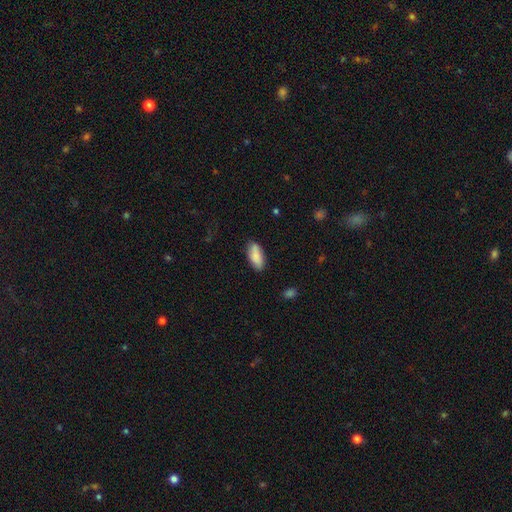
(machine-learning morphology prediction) smooth 85%, featured or disk 9%, star or artifact 6%. Down the decision tree: how rounded — in between (85%); merging — none (82%).